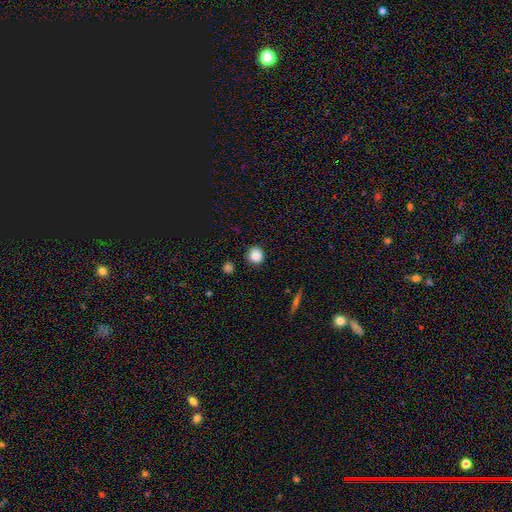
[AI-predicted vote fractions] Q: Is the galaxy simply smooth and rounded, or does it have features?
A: smooth — 86%.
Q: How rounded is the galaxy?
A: round — 89%.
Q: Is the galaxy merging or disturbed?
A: none — 87%.